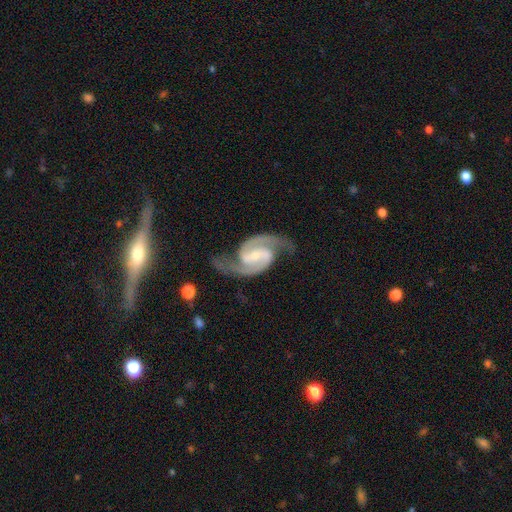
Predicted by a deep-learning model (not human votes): A featured or disk galaxy (94%) with a weak bar (47%), 2 (95%) medium (63%) spiral arms (99%) and a small central bulge (55%).

Vote fractions:
- Smooth or featured? featured or disk: 94% / star or artifact: 4% / smooth: 3%
- Edge-on disk? no: 98% / yes: 2%
- Bar? weak: 47% / strong: 34% / no: 18%
- Spiral arms? yes: 99% / no: 1%
- Spiral winding? medium: 63% / tight: 19% / loose: 18%
- Spiral arm count? 2: 95% / can't tell: 1% / 3: 1% / 1: 1% / 4: 1% / more than 4: 1%
- Bulge size? small: 55% / moderate: 32% / none: 9% / large: 3% / dominant: 1%
- Merging? none: 78% / minor disturbance: 14% / major disturbance: 6% / merger: 2%